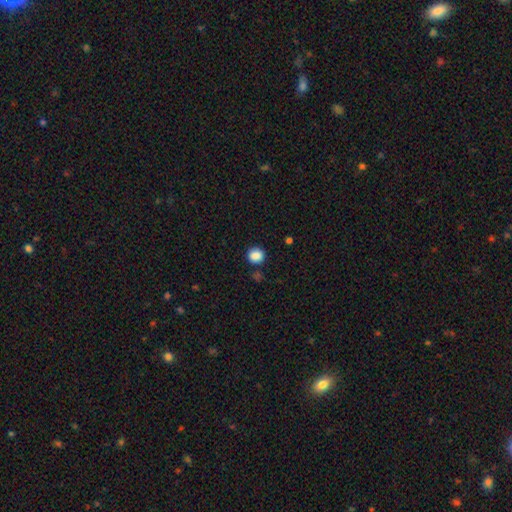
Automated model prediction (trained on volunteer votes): smooth 87%, star or artifact 10%, featured or disk 3%. Down the decision tree: how rounded — round (85%); merging — none (85%).